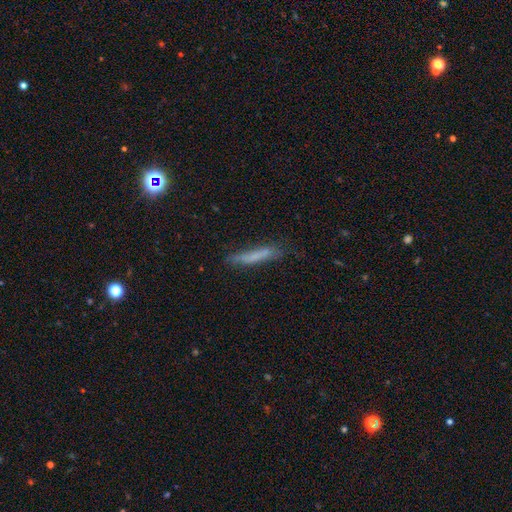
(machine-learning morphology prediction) Smooth or featured? smooth (66%)
How rounded? cigar-shaped (92%)
Merging? none (68%)